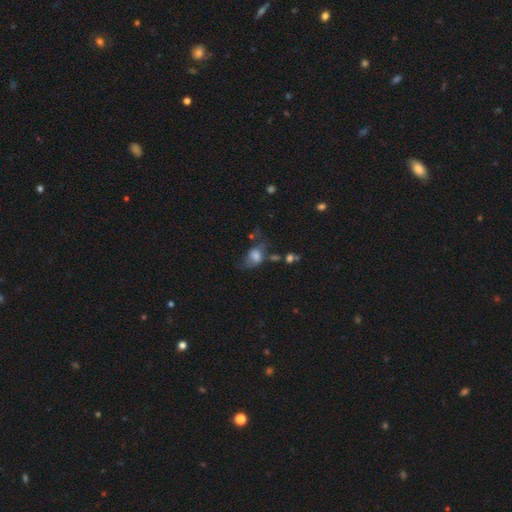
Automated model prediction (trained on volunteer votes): A smooth galaxy with no disk features (63%) that is in between round and cigar-shaped (77%). Merging: major disturbance (33%).